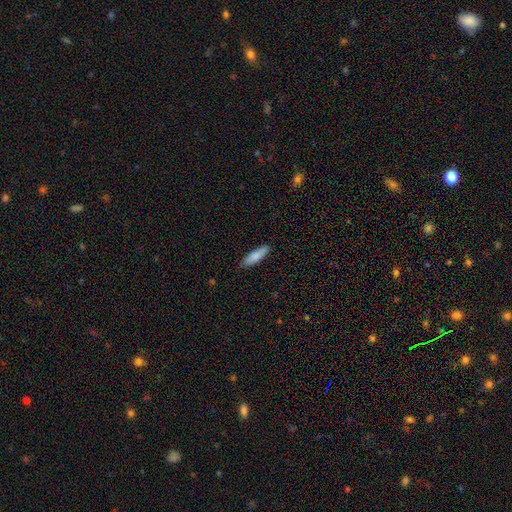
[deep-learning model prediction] Smooth or featured: smooth — 83% (featured or disk — 12%)
How rounded: cigar-shaped — 65% (in between — 33%)
Merging: none — 86% (minor disturbance — 11%)